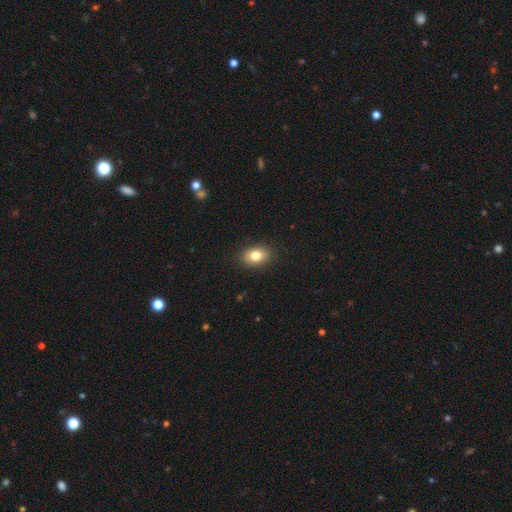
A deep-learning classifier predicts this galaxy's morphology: smooth 82%, star or artifact 9%, featured or disk 9%. Down the decision tree: how rounded — in between (75%); merging — none (89%).